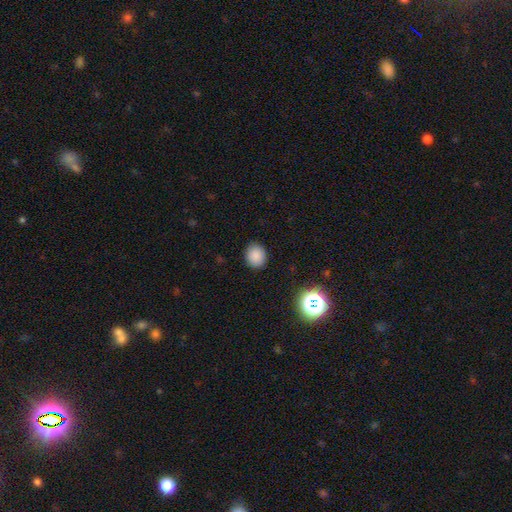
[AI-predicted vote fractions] Smooth or featured?
  - smooth: 85% *
  - star or artifact: 12%
  - featured or disk: 4%
How rounded?
  - round: 69% *
  - in between: 30%
  - cigar-shaped: 1%
Merging?
  - none: 88% *
  - minor disturbance: 8%
  - major disturbance: 2%
  - merger: 1%